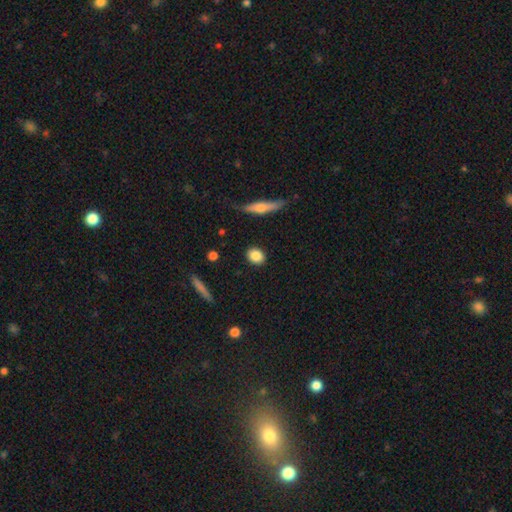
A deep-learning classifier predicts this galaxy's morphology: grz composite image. It shows a smooth galaxy with no disk features (85%) that is round (55%). Merging: none (90%).